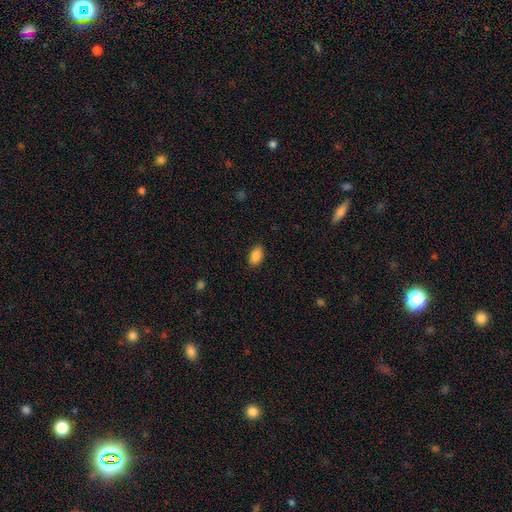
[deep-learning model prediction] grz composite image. It shows a smooth galaxy with no disk features (88%) that is in between round and cigar-shaped (92%). Merging: none (88%).